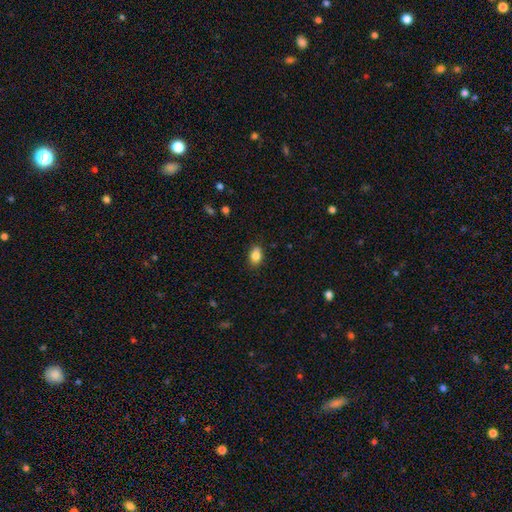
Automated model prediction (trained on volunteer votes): smooth-or-featured: smooth: 85% | star or artifact: 9% | featured or disk: 7%
  how-rounded: in between: 81% | round: 17% | cigar-shaped: 2%
  merging: none: 86% | minor disturbance: 11% | major disturbance: 2% | merger: 1%